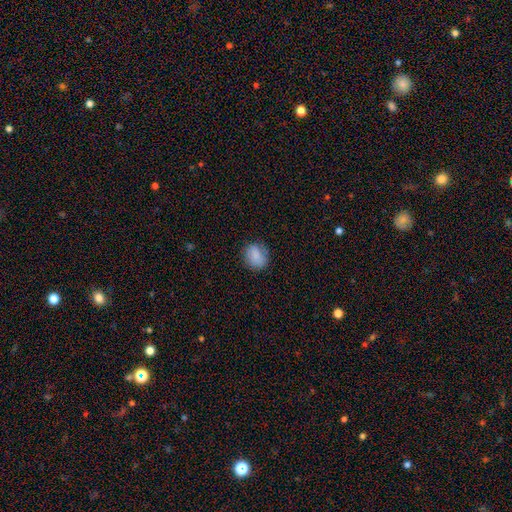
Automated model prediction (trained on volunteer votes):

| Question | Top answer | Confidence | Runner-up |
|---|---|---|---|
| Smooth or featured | smooth | 84% | star or artifact (8%) |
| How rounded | round | 56% | in between (43%) |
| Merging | none | 76% | minor disturbance (18%) |